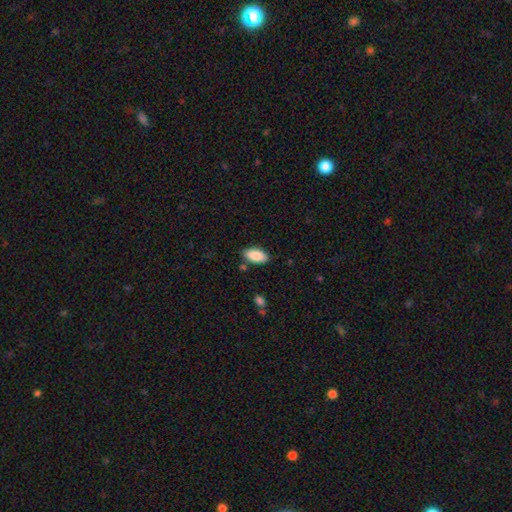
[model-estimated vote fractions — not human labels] smooth 88%, star or artifact 6%, featured or disk 6%. Down the decision tree: how rounded — in between (93%); merging — none (84%).